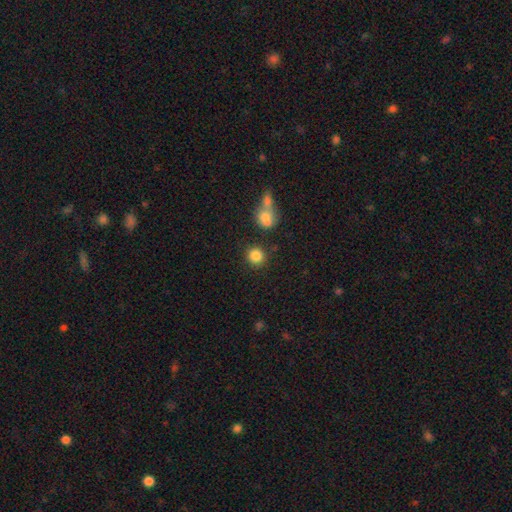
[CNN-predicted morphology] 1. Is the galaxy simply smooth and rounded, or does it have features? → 84% smooth, 11% star or artifact, 5% featured or disk.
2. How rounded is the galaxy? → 90% round, 9% in between, 1% cigar-shaped.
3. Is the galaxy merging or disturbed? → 81% none, 8% minor disturbance, 8% merger, 3% major disturbance.